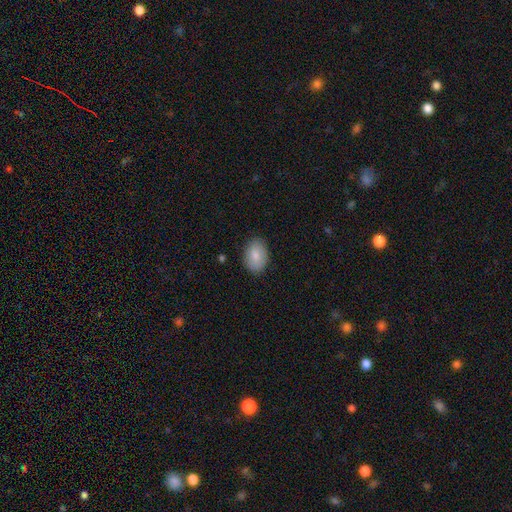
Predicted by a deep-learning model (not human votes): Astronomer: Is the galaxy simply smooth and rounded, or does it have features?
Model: smooth — 86%.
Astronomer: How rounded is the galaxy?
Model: in between — 84%.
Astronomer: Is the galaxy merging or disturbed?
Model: none — 86%.